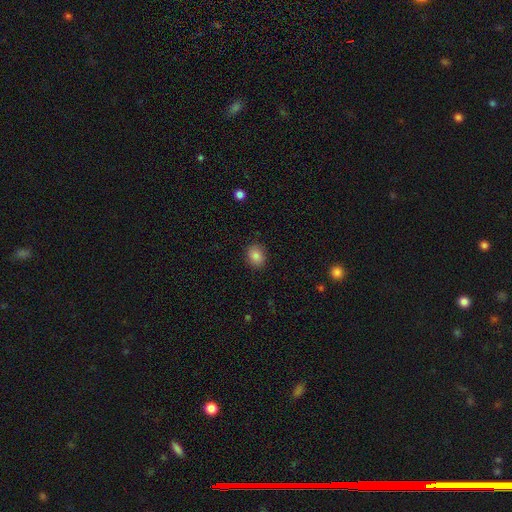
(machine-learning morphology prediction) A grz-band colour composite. It shows a smooth galaxy with no disk features (85%) that is round (56%). Merging: none (88%).